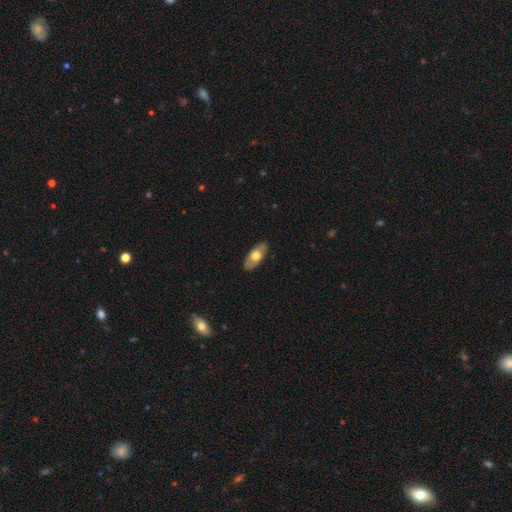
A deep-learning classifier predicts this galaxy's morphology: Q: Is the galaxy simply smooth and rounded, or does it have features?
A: smooth — 61%.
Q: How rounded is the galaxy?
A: in between — 89%.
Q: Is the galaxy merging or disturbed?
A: none — 88%.